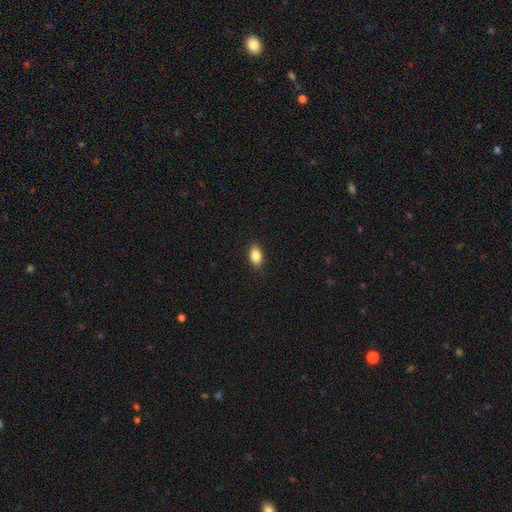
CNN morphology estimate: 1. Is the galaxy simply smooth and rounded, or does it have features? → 85% smooth, 8% star or artifact, 7% featured or disk.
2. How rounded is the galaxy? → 87% in between, 10% round, 3% cigar-shaped.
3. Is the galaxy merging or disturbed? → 88% none, 9% minor disturbance, 2% major disturbance, 1% merger.